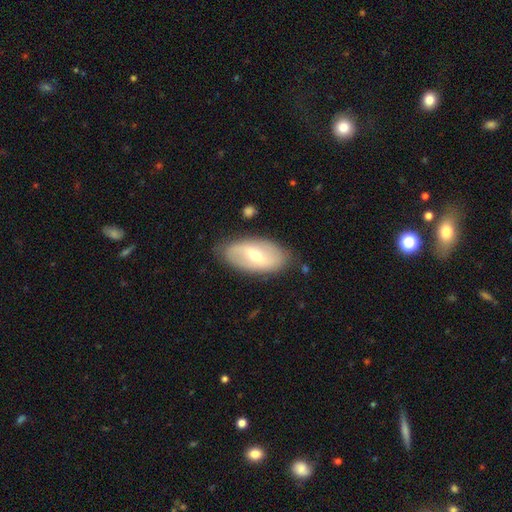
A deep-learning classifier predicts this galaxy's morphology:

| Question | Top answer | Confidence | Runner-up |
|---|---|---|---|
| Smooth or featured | featured or disk | 60% | smooth (34%) |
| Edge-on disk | no | 91% | yes (9%) |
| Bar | weak | 47% | strong (33%) |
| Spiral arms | yes | 62% | no (38%) |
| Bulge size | moderate | 57% | small (37%) |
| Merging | none | 82% | minor disturbance (13%) |